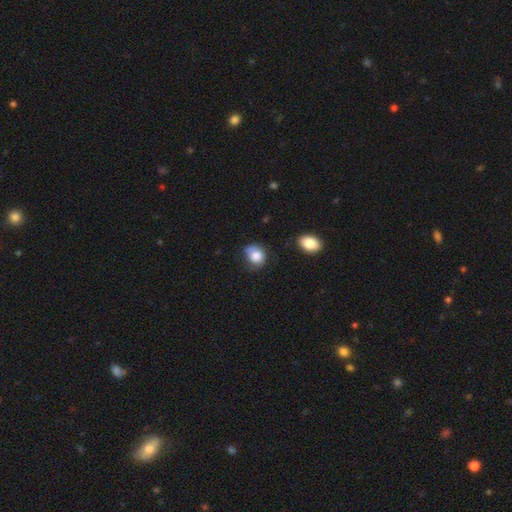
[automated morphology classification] smooth-or-featured: smooth: 82% | featured or disk: 10% | star or artifact: 9%
  how-rounded: round: 61% | in between: 38% | cigar-shaped: 1%
  merging: none: 49% | minor disturbance: 33% | major disturbance: 11% | merger: 6%